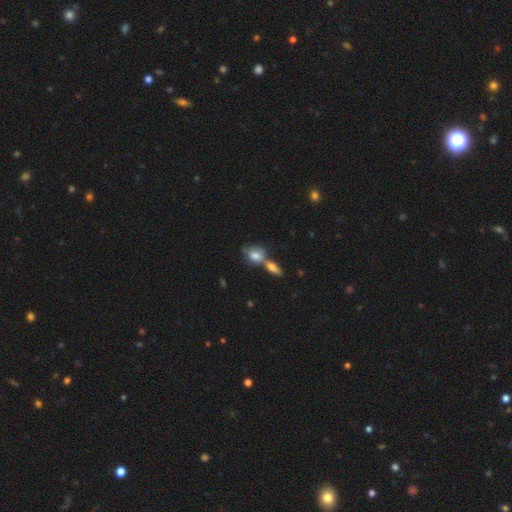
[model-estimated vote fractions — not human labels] Smooth or featured? Predicted: smooth (p=0.72). How rounded? Predicted: in between (p=0.60). Merging? Predicted: merger (p=0.50).